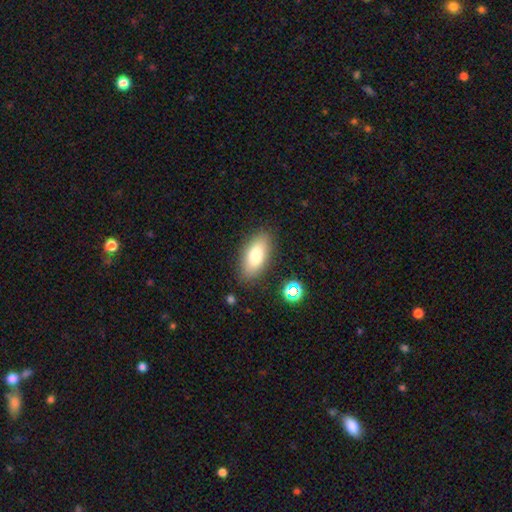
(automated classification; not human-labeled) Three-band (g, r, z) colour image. It shows a smooth galaxy with no disk features (76%) that is in between round and cigar-shaped (87%). Merging: none (84%).